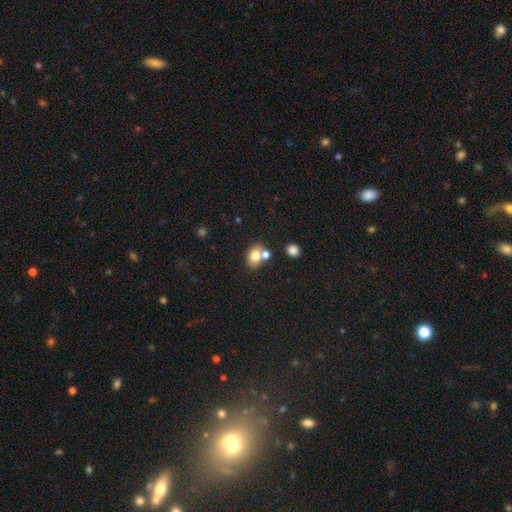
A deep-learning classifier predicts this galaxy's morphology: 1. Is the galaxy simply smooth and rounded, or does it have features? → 76% smooth, 13% featured or disk, 11% star or artifact.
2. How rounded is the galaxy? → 59% in between, 40% round, 1% cigar-shaped.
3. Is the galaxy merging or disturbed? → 55% none, 30% merger, 11% minor disturbance, 4% major disturbance.